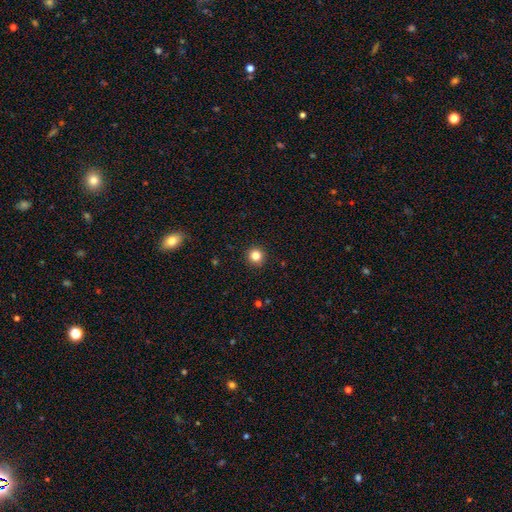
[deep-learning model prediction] smooth-or-featured: smooth: 83% | star or artifact: 12% | featured or disk: 5%
  how-rounded: round: 94% | in between: 5% | cigar-shaped: 1%
  merging: none: 93% | minor disturbance: 5% | major disturbance: 2% | merger: 1%